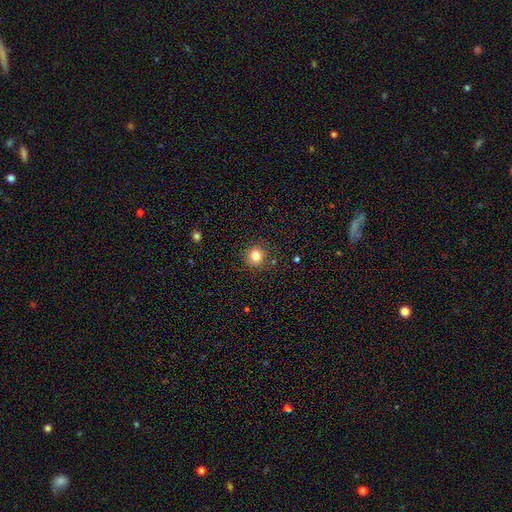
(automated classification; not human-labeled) Smooth or featured?
  - smooth: 81% *
  - star or artifact: 13%
  - featured or disk: 6%
How rounded?
  - round: 92% *
  - in between: 7%
  - cigar-shaped: 1%
Merging?
  - none: 89% *
  - minor disturbance: 7%
  - major disturbance: 2%
  - merger: 2%